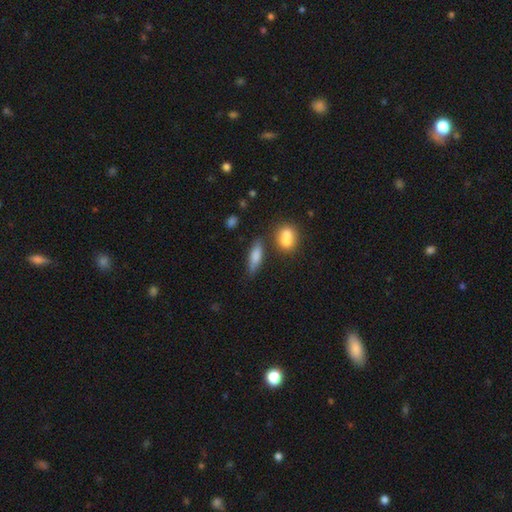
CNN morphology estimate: A smooth galaxy with no disk features (73%) that is cigar-shaped (48%, tied with in between). Merging: none (67%).